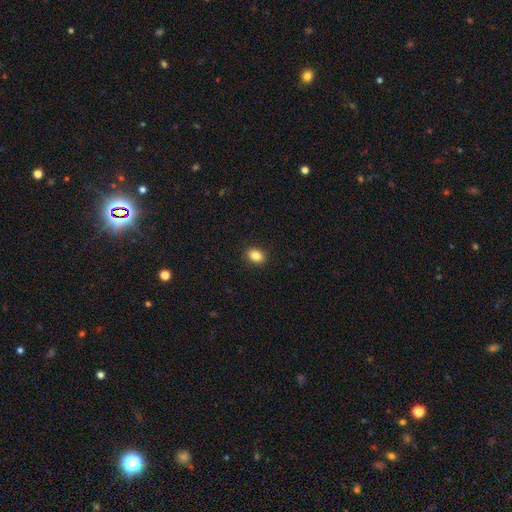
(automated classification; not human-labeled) A smooth galaxy with no disk features (85%) that is in between round and cigar-shaped (75%).

Vote fractions:
- Smooth or featured? smooth: 85% / star or artifact: 9% / featured or disk: 5%
- How rounded? in between: 75% / round: 23% / cigar-shaped: 1%
- Merging? none: 91% / minor disturbance: 7% / major disturbance: 2% / merger: 1%